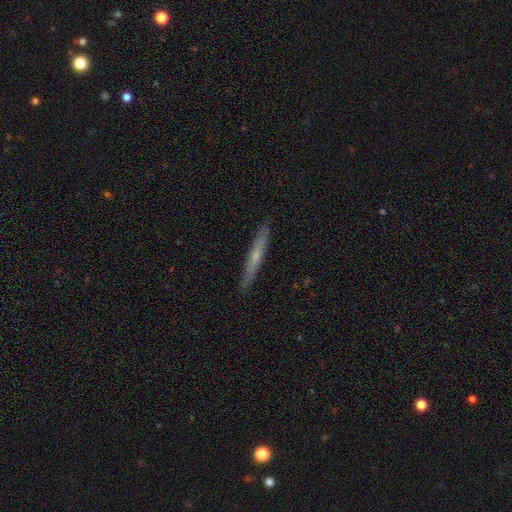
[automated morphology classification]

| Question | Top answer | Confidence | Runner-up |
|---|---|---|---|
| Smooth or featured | featured or disk | 51% | smooth (43%) |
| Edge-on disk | yes | 94% | no (6%) |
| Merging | none | 91% | minor disturbance (6%) |